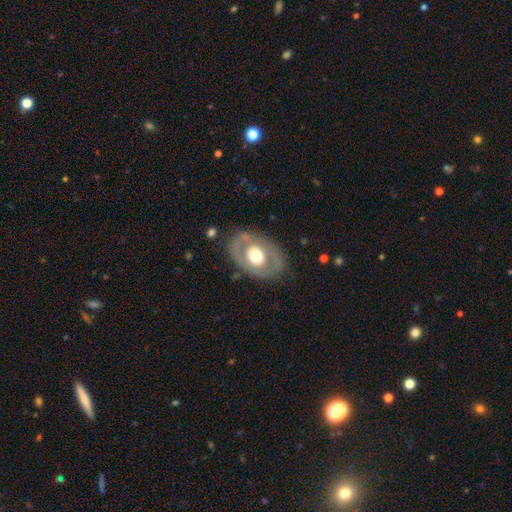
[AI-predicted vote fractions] This is possibly a featured or disk galaxy (57%). It is clearly not viewed edge-on (92%). Bar: clearly no (85%). Spiral arm pattern: clearly no (83%). Central bulge: possibly moderate (52%). Merging: likely none (78%).